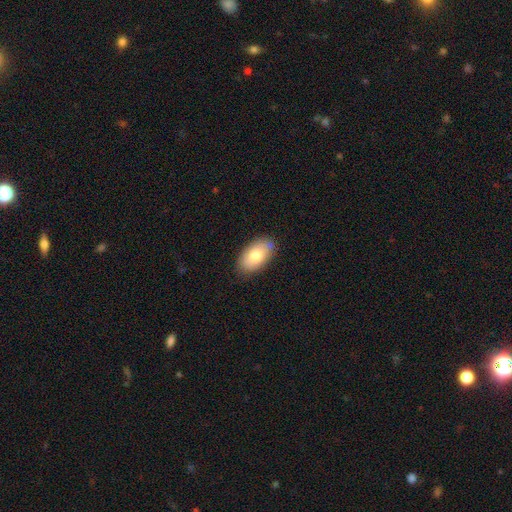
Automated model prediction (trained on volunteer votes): Smooth or featured: smooth — 78% (featured or disk — 16%)
How rounded: in between — 94% (round — 4%)
Merging: none — 83% (minor disturbance — 13%)